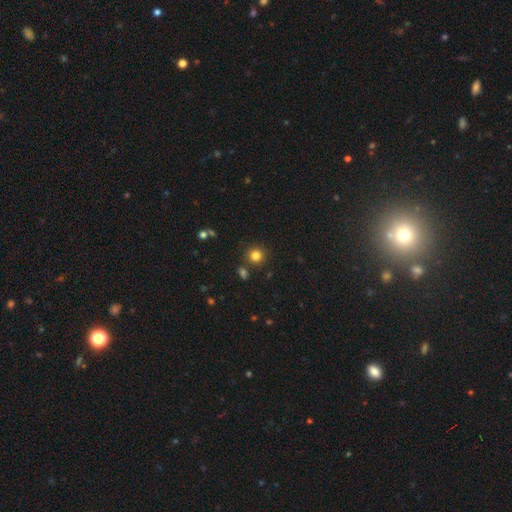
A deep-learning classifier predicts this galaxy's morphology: A smooth galaxy with no disk features (82%) that is round (91%).

Vote fractions:
- Smooth or featured? smooth: 82% / star or artifact: 13% / featured or disk: 5%
- How rounded? round: 91% / in between: 8% / cigar-shaped: 1%
- Merging? none: 85% / minor disturbance: 7% / merger: 5% / major disturbance: 2%